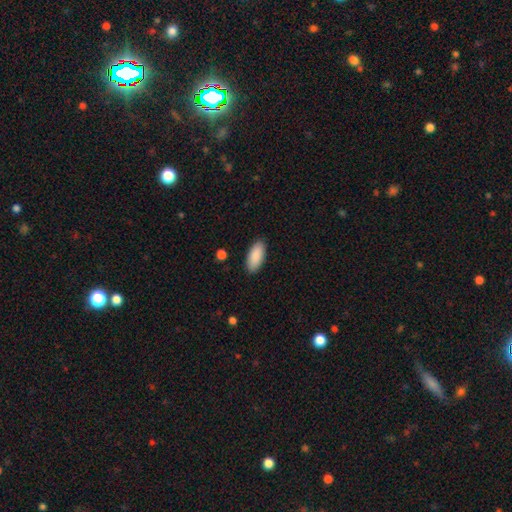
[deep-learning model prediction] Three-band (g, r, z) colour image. It shows a smooth galaxy with no disk features (90%) that is in between round and cigar-shaped (88%). Merging: none (89%).